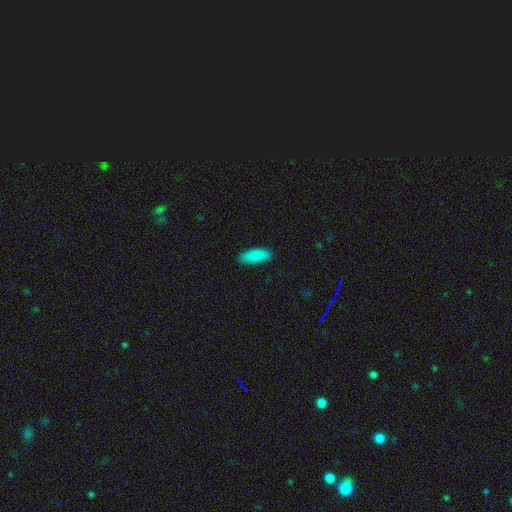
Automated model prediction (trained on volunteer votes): Q: Smooth or featured?
A: smooth (87%); runner-up: star or artifact (7%)
Q: How rounded?
A: in between (70%); runner-up: cigar-shaped (28%)
Q: Merging?
A: none (87%); runner-up: minor disturbance (10%)